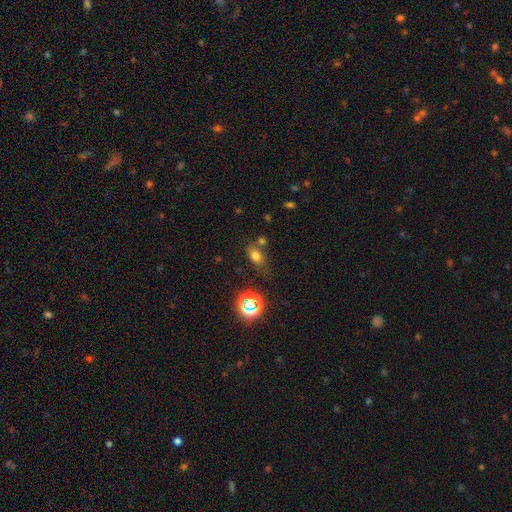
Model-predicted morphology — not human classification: The model was most divided on "merging": none: 63%, minor disturbance: 17%, merger: 15%, major disturbance: 6%. More confident: how rounded — in between (73%); smooth or featured — smooth (70%).